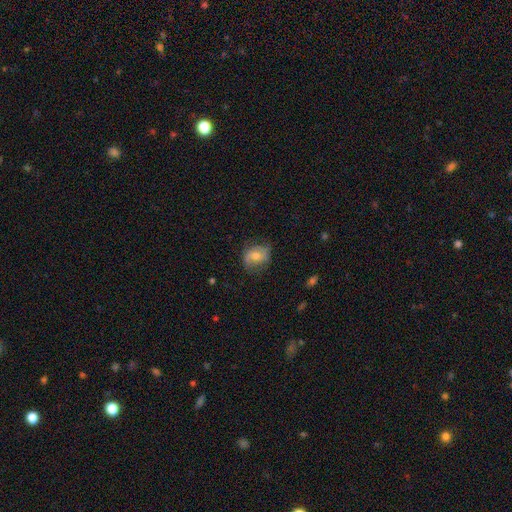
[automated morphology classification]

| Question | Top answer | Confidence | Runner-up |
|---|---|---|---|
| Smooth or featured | featured or disk | 51% | smooth (40%) |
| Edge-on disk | no | 96% | yes (4%) |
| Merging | none | 68% | minor disturbance (23%) |